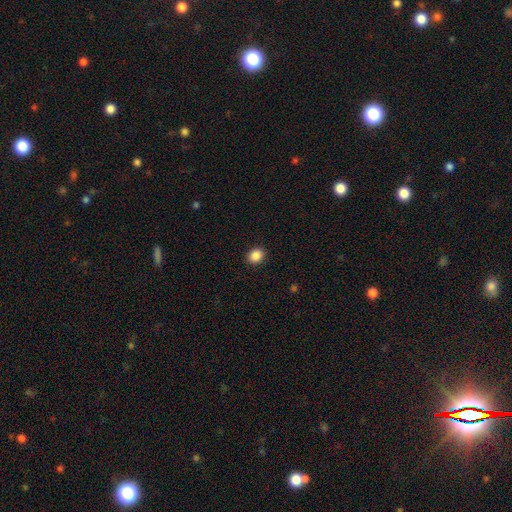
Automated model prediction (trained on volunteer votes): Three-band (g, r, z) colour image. It shows a smooth galaxy with no disk features (88%) that is round (64%). Merging: none (91%).